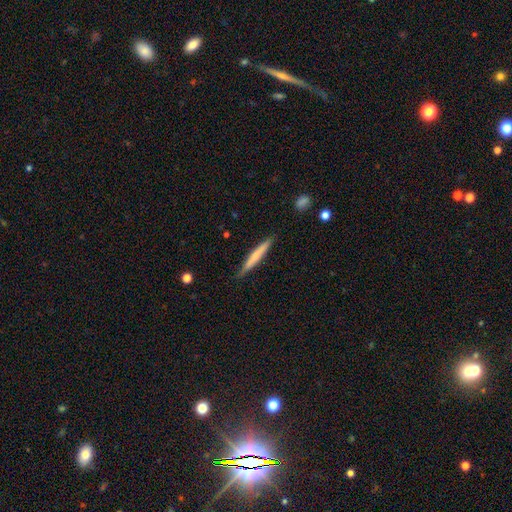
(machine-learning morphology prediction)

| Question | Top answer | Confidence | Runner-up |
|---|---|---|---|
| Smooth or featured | smooth | 60% | featured or disk (34%) |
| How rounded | cigar-shaped | 96% | in between (3%) |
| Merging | none | 86% | minor disturbance (11%) |